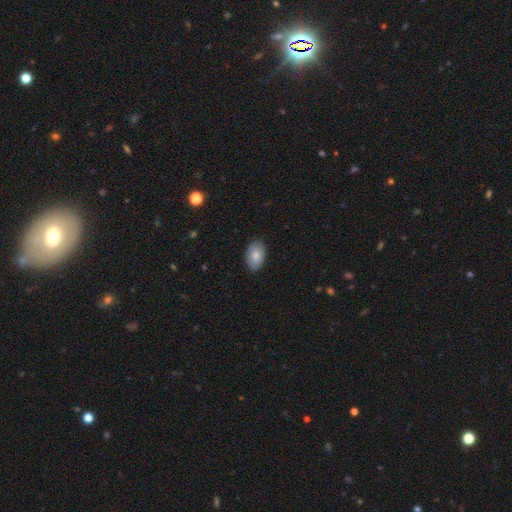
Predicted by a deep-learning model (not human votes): Smooth or featured? Predicted: smooth (p=0.85). How rounded? Predicted: in between (p=0.92). Merging? Predicted: none (p=0.88).